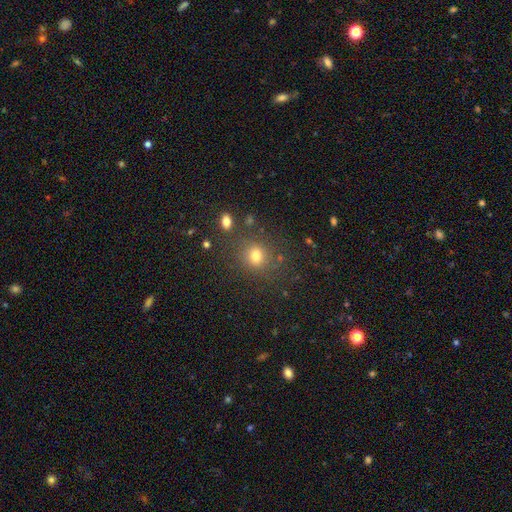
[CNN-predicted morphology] Q: Smooth or featured?
A: smooth (73%); runner-up: star or artifact (19%)
Q: How rounded?
A: round (74%); runner-up: in between (25%)
Q: Merging?
A: none (79%); runner-up: minor disturbance (11%)